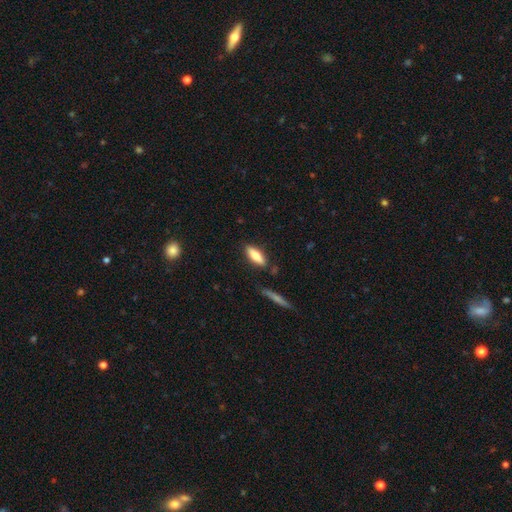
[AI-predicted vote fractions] This is likely a smooth galaxy (76%). How rounded: likely in between (62%). Merging: clearly none (84%).